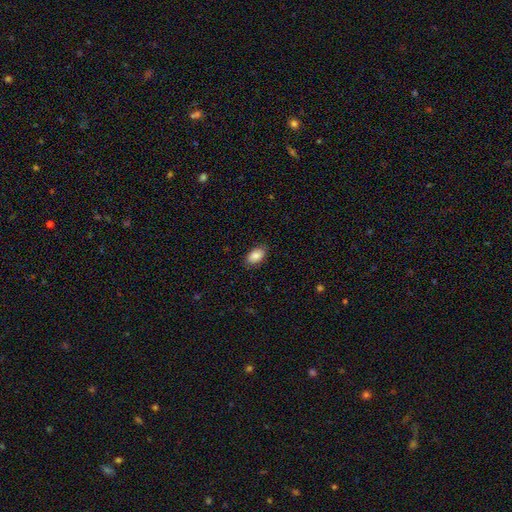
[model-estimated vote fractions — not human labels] A smooth galaxy with no disk features (86%) that is in between round and cigar-shaped (93%). Merging: none (86%).